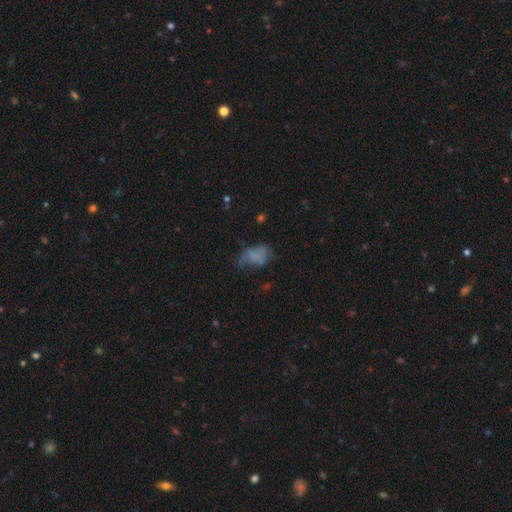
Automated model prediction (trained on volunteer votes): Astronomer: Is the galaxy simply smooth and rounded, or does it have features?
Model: smooth — 59%.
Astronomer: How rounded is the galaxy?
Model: in between — 87%.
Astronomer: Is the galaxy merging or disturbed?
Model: none — 34% (runner-up: major disturbance, 31%).